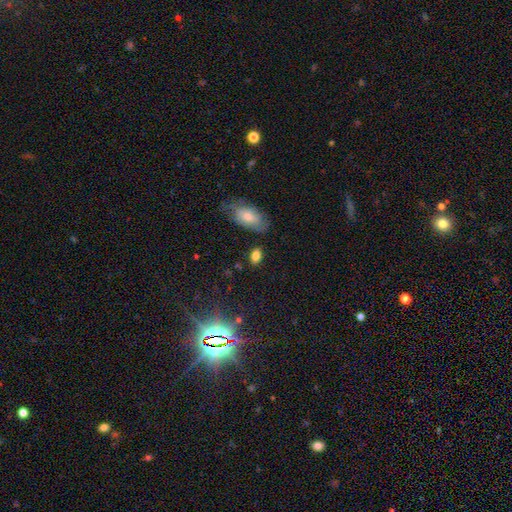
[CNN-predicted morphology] smooth 81%, star or artifact 11%, featured or disk 8%. Down the decision tree: how rounded — in between (87%); merging — none (79%).